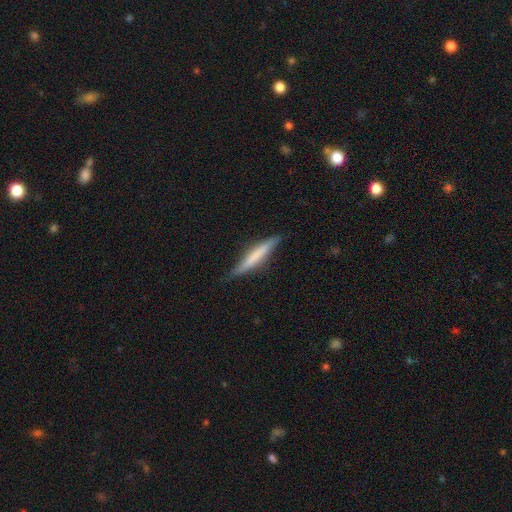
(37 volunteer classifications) featured or disk 54%, smooth 46%, star or artifact 0%. Down the decision tree: edge-on disk — yes (95%); edge-on bulge — none (53%); merging — none (89%).